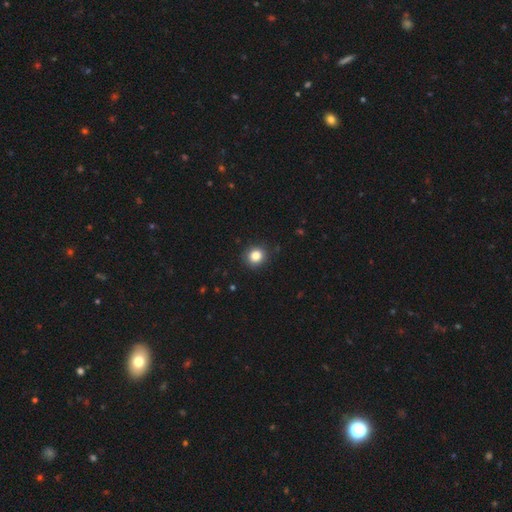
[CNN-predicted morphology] This is clearly a smooth galaxy (84%). How rounded: clearly round (85%). Merging: clearly none (89%).